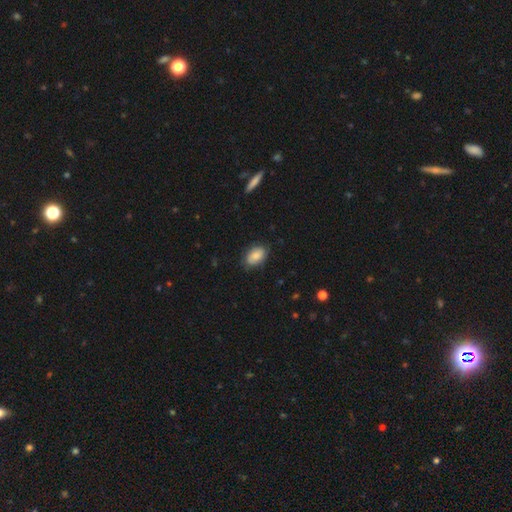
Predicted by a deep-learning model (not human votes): Morphology: type=smooth (83%); roundness=in between (88%); merging=none (80%).